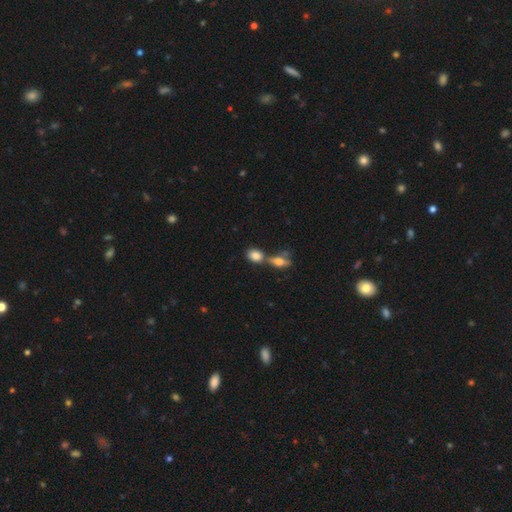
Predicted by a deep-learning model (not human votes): smooth_or_featured: smooth (p=0.80) [alt: featured or disk p=0.11]
how_rounded: in between (p=0.65) [alt: round p=0.31]
merging: merger (p=0.48) [alt: none p=0.38]